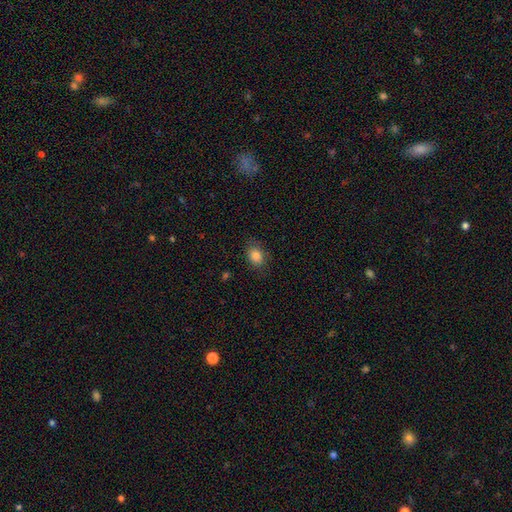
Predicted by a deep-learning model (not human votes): smooth 84%, star or artifact 10%, featured or disk 7%. Down the decision tree: how rounded — in between (65%); merging — none (81%).